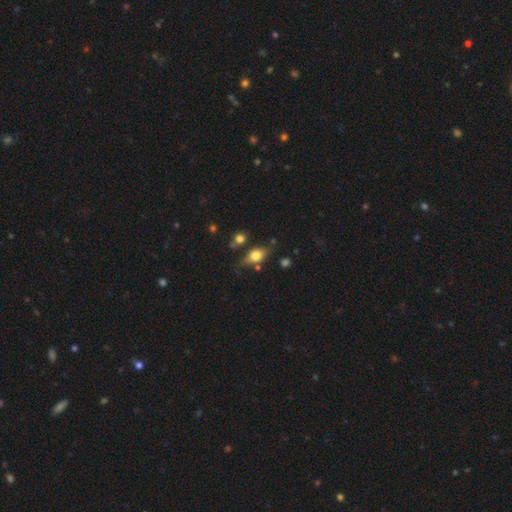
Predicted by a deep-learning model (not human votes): A smooth galaxy with no disk features (71%) that is in between round and cigar-shaped (76%).

Vote fractions:
- Smooth or featured? smooth: 71% / featured or disk: 20% / star or artifact: 9%
- How rounded? in between: 76% / round: 17% / cigar-shaped: 7%
- Merging? none: 65% / minor disturbance: 20% / merger: 8% / major disturbance: 6%